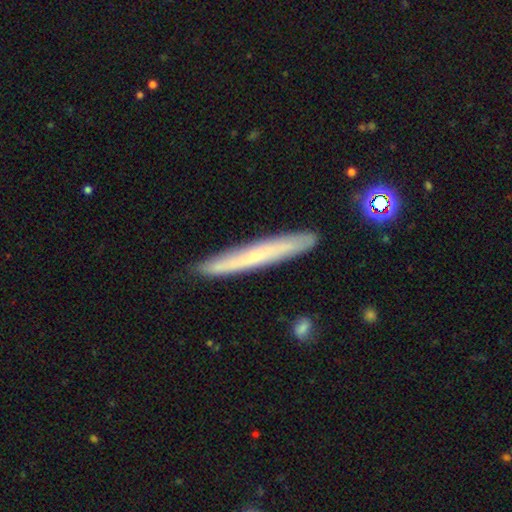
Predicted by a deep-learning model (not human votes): Smooth or featured: featured or disk — 49% (smooth — 43%)
Merging: none — 88% (minor disturbance — 9%)